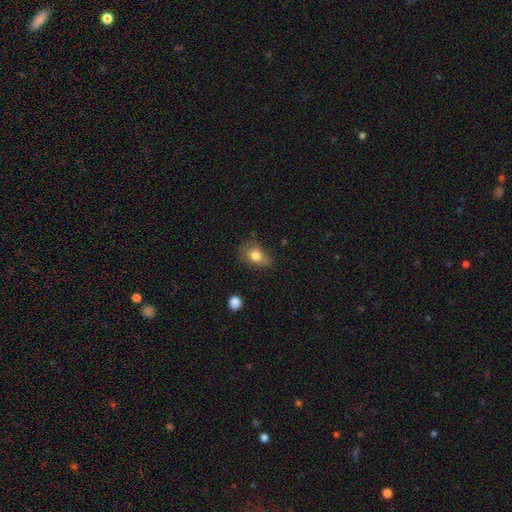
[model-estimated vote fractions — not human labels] Smooth or featured? smooth (77%)
How rounded? in between (67%)
Merging? none (54%)